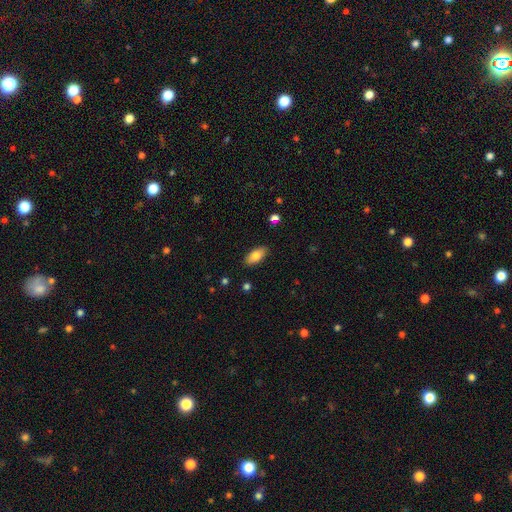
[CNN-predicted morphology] type=smooth (80%); roundness=in between (90%); merging=none (88%).